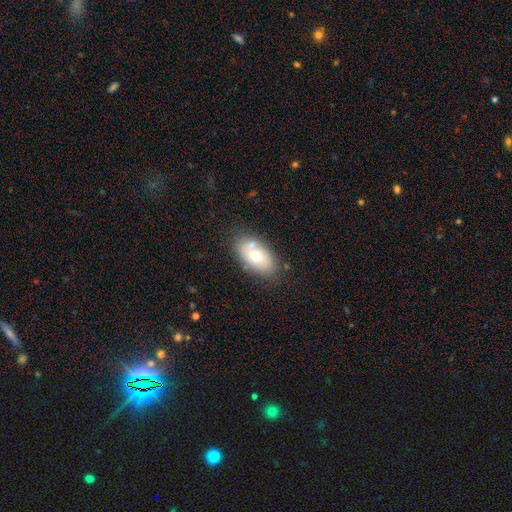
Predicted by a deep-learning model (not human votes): A smooth galaxy with no disk features (66%) that is in between round and cigar-shaped (92%).

Vote fractions:
- Smooth or featured? smooth: 66% / featured or disk: 27% / star or artifact: 8%
- How rounded? in between: 92% / round: 6% / cigar-shaped: 2%
- Merging? none: 68% / minor disturbance: 16% / merger: 12% / major disturbance: 4%